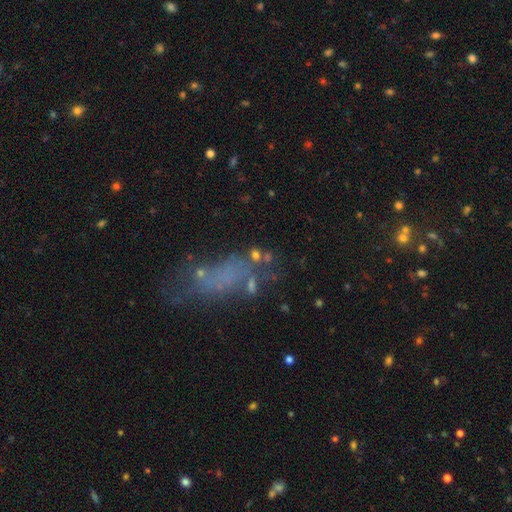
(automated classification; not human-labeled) A smooth galaxy with no disk features (40%).

Vote fractions:
- Smooth or featured? smooth: 40% / featured or disk: 32% / star or artifact: 28%
- Merging? none: 38% / major disturbance: 28% / merger: 18% / minor disturbance: 17%